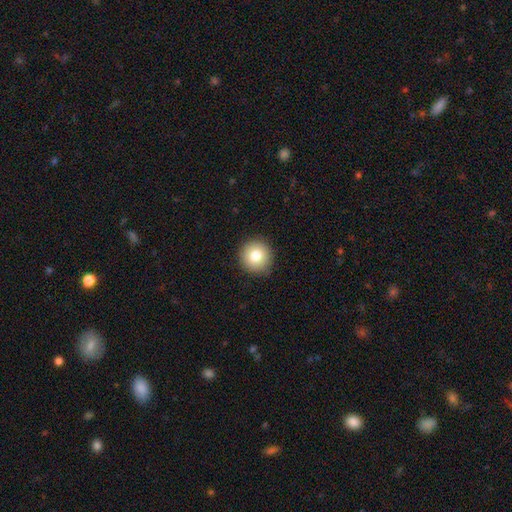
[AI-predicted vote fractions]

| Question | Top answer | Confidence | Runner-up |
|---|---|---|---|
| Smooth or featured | smooth | 81% | featured or disk (10%) |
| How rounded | round | 94% | in between (5%) |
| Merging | none | 91% | minor disturbance (6%) |